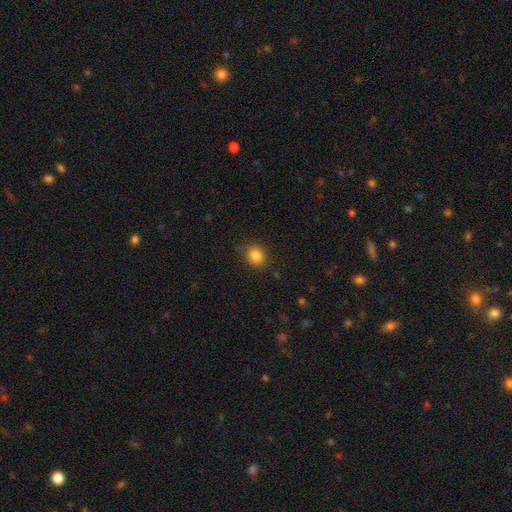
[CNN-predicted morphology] Smooth or featured? Predicted: smooth (p=0.85). How rounded? Predicted: round (p=0.66). Merging? Predicted: none (p=0.82).